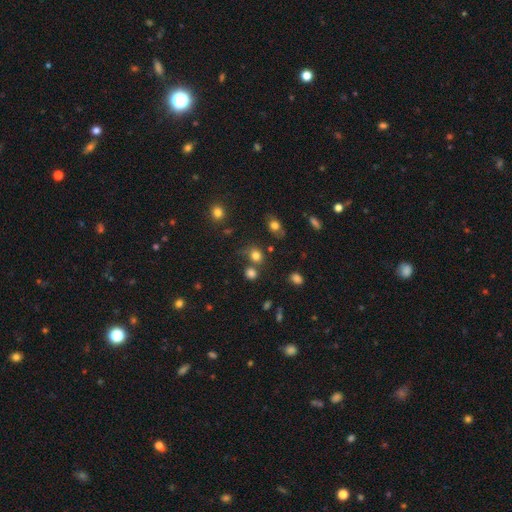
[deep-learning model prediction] This appears to be a smooth galaxy with no disk features (78%) that is round (75%). Merging: none (63%).